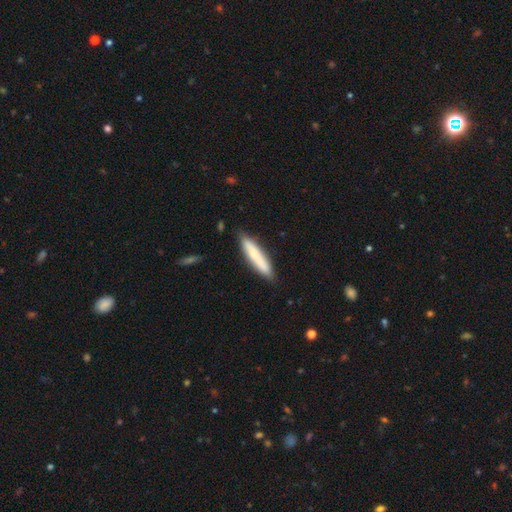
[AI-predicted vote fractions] This is likely a smooth galaxy (70%). How rounded: clearly cigar-shaped (86%). Merging: clearly none (84%).